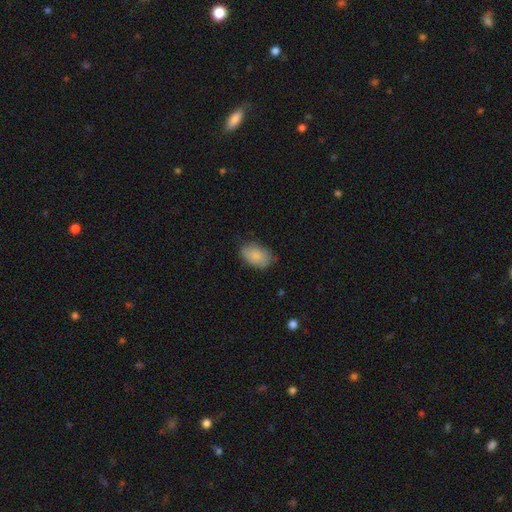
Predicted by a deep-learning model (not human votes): smooth-or-featured: smooth: 87% | featured or disk: 7% | star or artifact: 7%
  how-rounded: in between: 90% | round: 9% | cigar-shaped: 1%
  merging: none: 76% | minor disturbance: 19% | major disturbance: 4% | merger: 1%